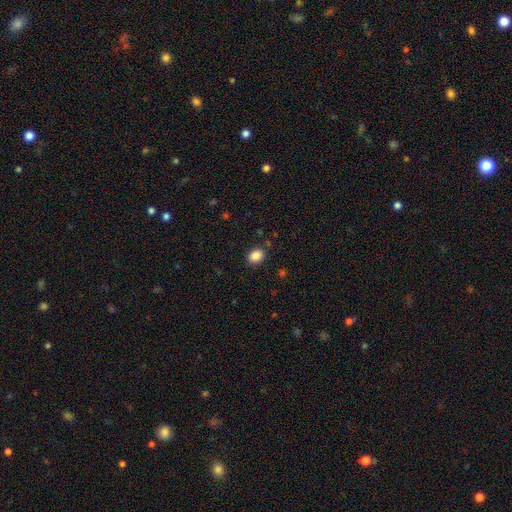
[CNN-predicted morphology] smooth 87%, star or artifact 9%, featured or disk 4%. Down the decision tree: how rounded — in between (59%); merging — none (87%).